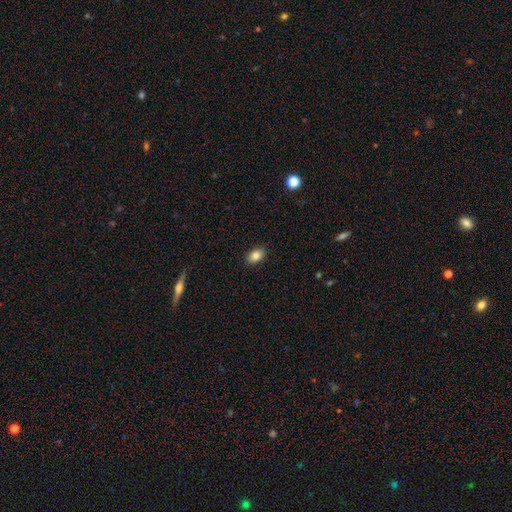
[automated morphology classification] type=smooth (85%); roundness=in between (85%); merging=none (89%).